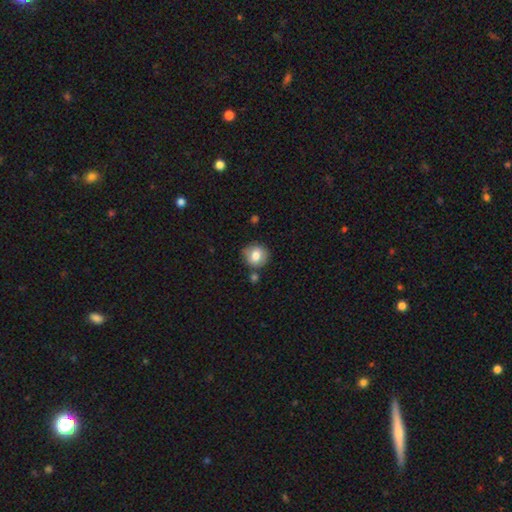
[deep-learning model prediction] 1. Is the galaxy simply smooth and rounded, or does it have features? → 77% smooth, 14% featured or disk, 9% star or artifact.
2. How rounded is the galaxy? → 81% round, 18% in between, 1% cigar-shaped.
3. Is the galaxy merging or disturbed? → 75% none, 14% minor disturbance, 7% merger, 3% major disturbance.